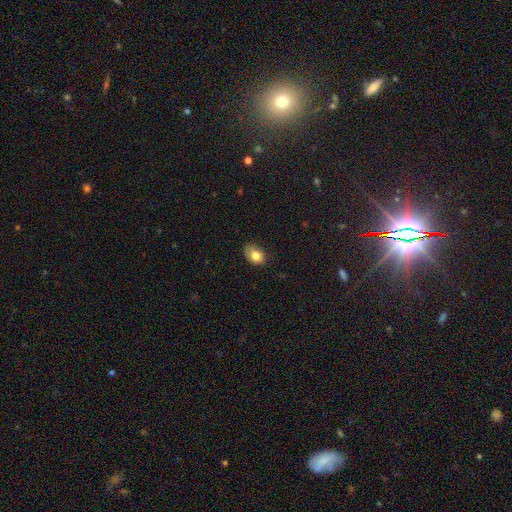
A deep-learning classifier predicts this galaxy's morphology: A smooth galaxy with no disk features (80%) that is in between round and cigar-shaped (69%). Merging: none (60%).